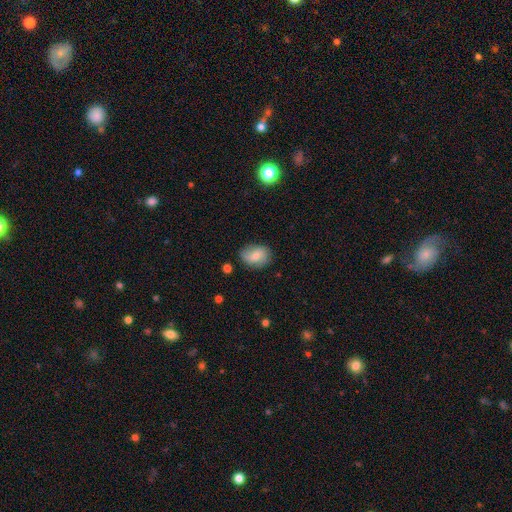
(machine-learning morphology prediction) This is likely a smooth galaxy (69%). How rounded: likely in between (67%). Merging: likely none (74%).